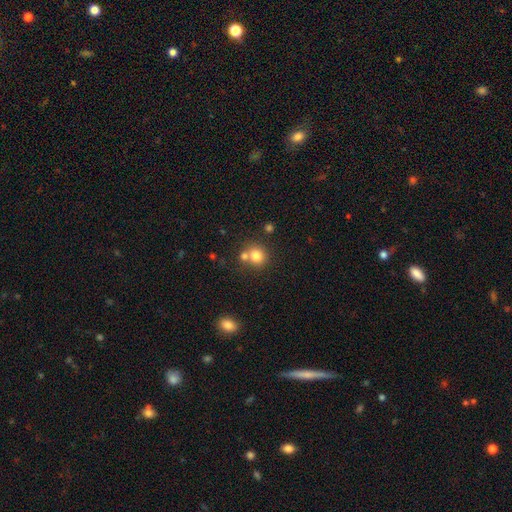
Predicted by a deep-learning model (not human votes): smooth-or-featured: smooth: 79% | star or artifact: 12% | featured or disk: 9%
  how-rounded: round: 85% | in between: 14% | cigar-shaped: 1%
  merging: none: 57% | merger: 31% | minor disturbance: 8% | major disturbance: 3%